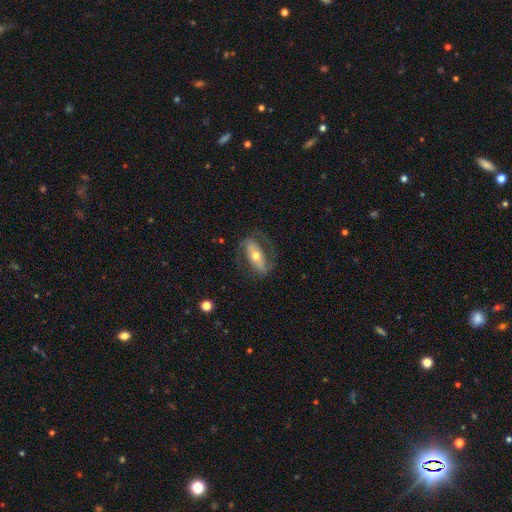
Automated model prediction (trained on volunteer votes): smooth-or-featured: featured or disk: 67% | smooth: 27% | star or artifact: 6%
  disk-edge-on: no: 88% | yes: 12%
    bar: strong: 43% | no: 33% | weak: 23%
    has-spiral-arms: yes: 72% | no: 28%
    bulge-size: moderate: 64% | small: 27% | large: 7% | dominant: 1% | none: 1%
  merging: none: 68% | minor disturbance: 17% | major disturbance: 14% | merger: 2%